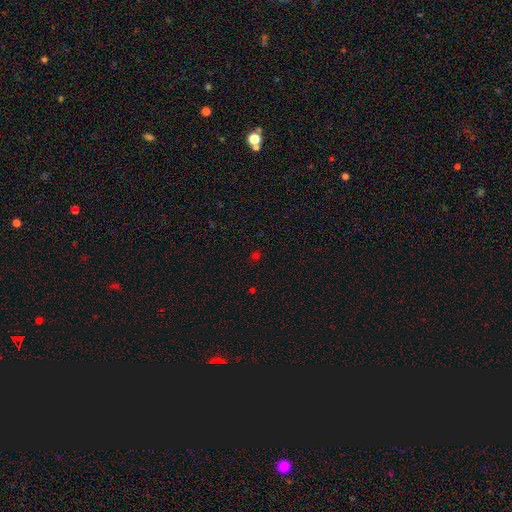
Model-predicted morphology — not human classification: Q: Smooth or featured?
A: smooth (47%); tied with: star or artifact (47%)
Q: Merging?
A: none (82%); runner-up: minor disturbance (10%)